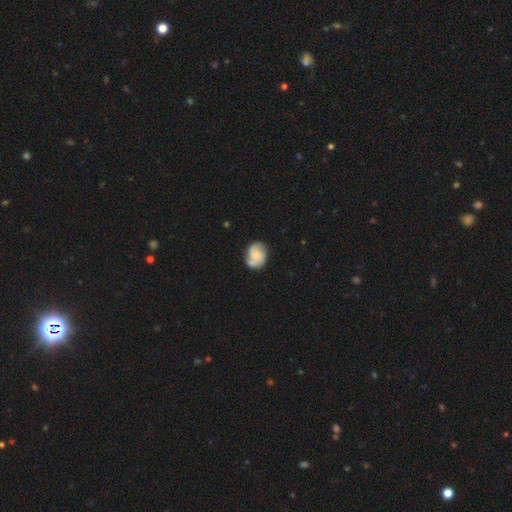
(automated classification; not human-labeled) featured or disk 56%, smooth 37%, star or artifact 7%. Down the decision tree: edge-on disk — no (98%); bar — no (69%); spiral arms — yes (85%); bulge size — small (50%); merging — none (60%).